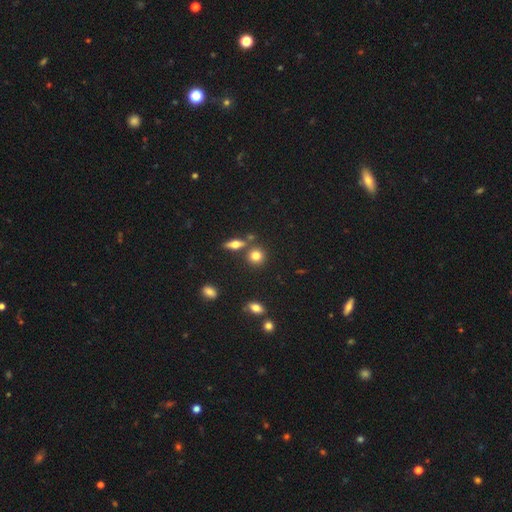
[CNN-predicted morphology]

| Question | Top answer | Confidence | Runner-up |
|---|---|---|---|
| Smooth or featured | smooth | 78% | star or artifact (11%) |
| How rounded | round | 84% | in between (13%) |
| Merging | none | 74% | merger (14%) |